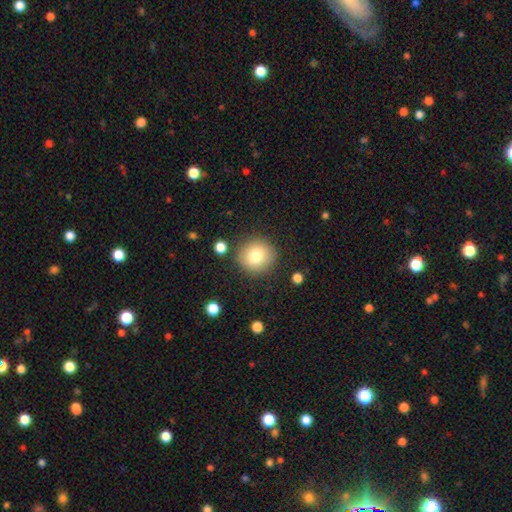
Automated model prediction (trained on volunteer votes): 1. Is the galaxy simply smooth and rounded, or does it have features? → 80% smooth, 11% featured or disk, 10% star or artifact.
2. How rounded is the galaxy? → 91% round, 8% in between, 1% cigar-shaped.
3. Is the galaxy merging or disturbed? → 86% none, 8% minor disturbance, 3% major disturbance, 3% merger.